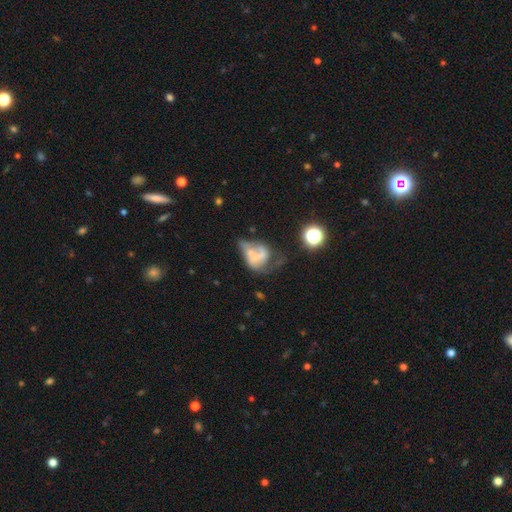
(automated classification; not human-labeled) Smooth or featured: featured or disk — 49% (smooth — 38%)
Merging: major disturbance — 45% (minor disturbance — 19%)